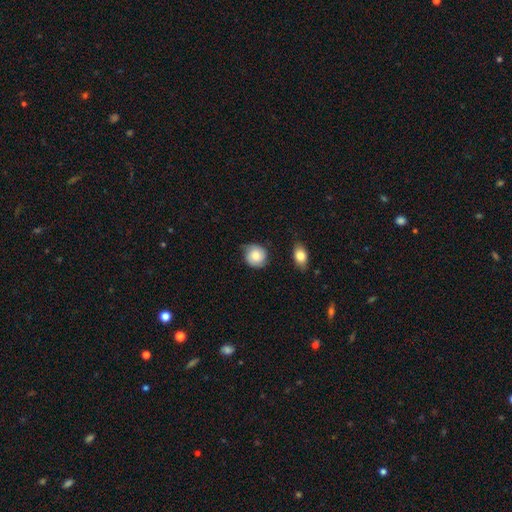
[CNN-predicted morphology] A smooth galaxy with no disk features (77%) that is round (85%).

Vote fractions:
- Smooth or featured? smooth: 77% / featured or disk: 16% / star or artifact: 7%
- How rounded? round: 85% / in between: 14% / cigar-shaped: 1%
- Merging? none: 62% / minor disturbance: 29% / major disturbance: 6% / merger: 3%